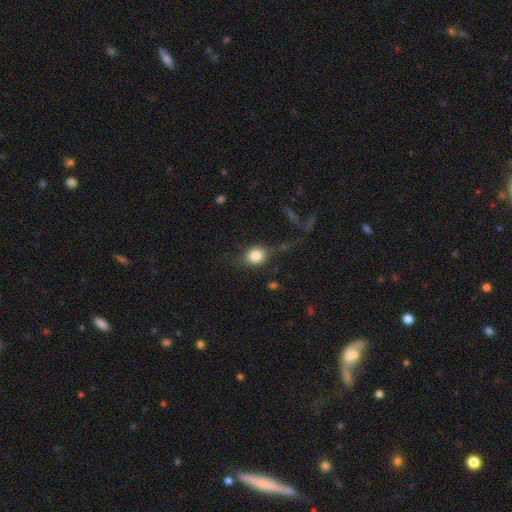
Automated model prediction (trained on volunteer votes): Smooth or featured? smooth (75%)
How rounded? round (63%)
Merging? none (63%)